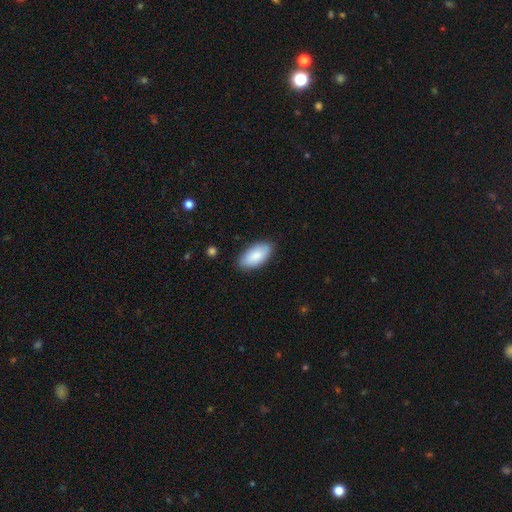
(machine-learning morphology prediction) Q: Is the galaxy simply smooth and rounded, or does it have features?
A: smooth — 86%.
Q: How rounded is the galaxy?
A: in between — 93%.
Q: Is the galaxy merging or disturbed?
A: none — 85%.